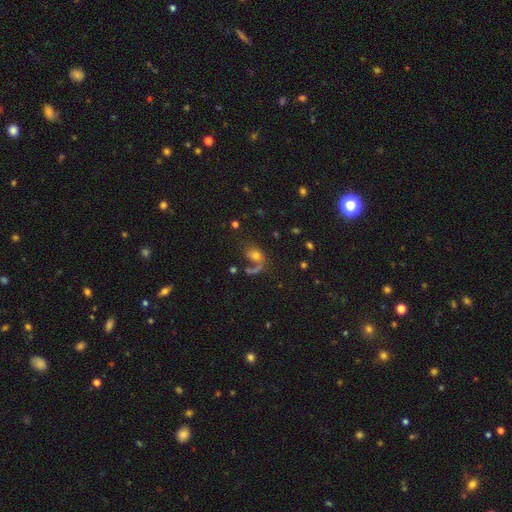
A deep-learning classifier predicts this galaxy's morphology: A smooth galaxy with no disk features (58%) that is in between round and cigar-shaped (60%). Merging: none (37%).